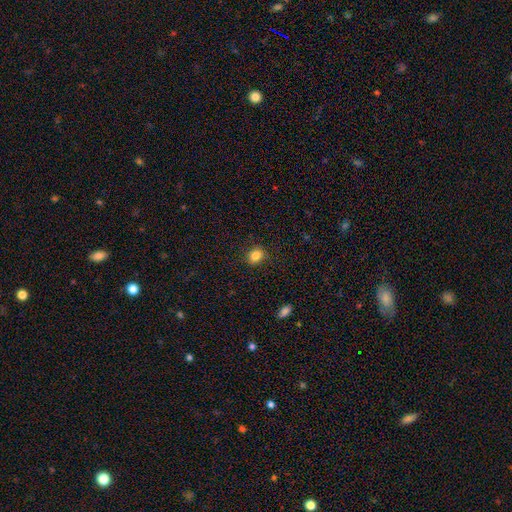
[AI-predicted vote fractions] Q: Smooth or featured?
A: smooth (84%); runner-up: star or artifact (10%)
Q: How rounded?
A: round (52%); runner-up: in between (47%)
Q: Merging?
A: none (86%); runner-up: minor disturbance (10%)